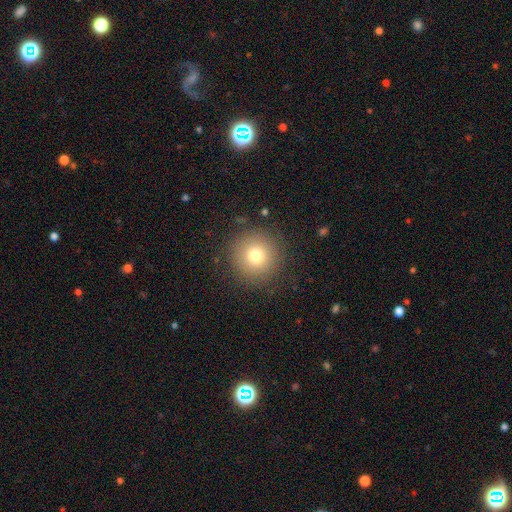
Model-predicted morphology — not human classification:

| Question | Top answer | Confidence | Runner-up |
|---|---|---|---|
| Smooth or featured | smooth | 76% | star or artifact (13%) |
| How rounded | round | 96% | in between (3%) |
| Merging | none | 89% | minor disturbance (7%) |